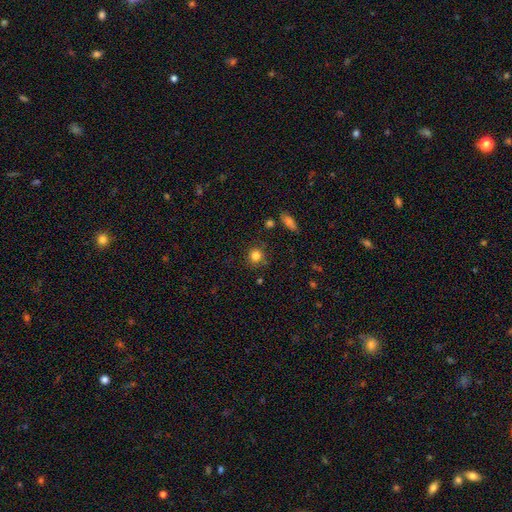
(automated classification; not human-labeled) Smooth or featured? Predicted: smooth (p=0.82). How rounded? Predicted: round (p=0.88). Merging? Predicted: none (p=0.83).